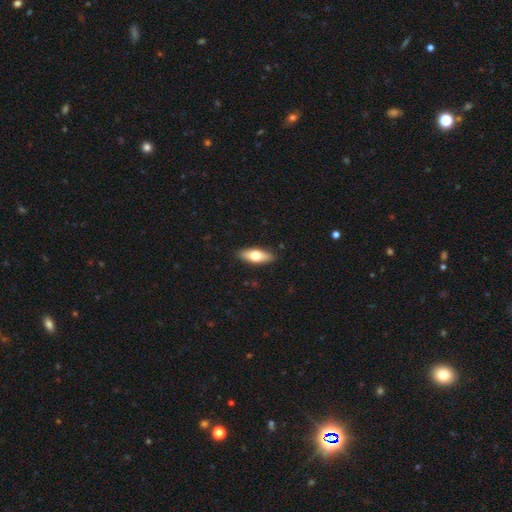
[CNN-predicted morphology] A smooth galaxy with no disk features (64%) that is in between round and cigar-shaped (70%). Merging: none (89%).